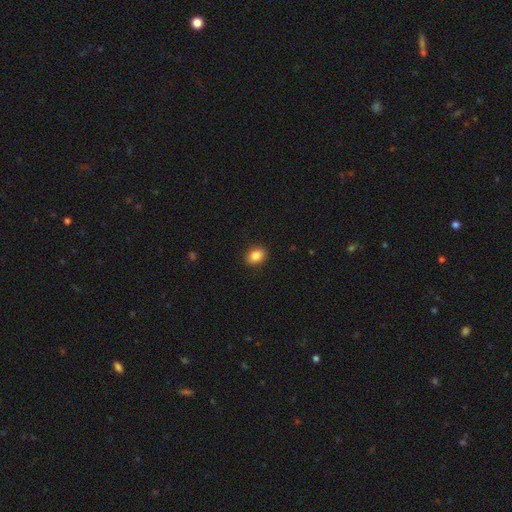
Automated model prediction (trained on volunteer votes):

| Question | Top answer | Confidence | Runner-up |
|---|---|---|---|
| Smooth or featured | smooth | 86% | star or artifact (9%) |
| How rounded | in between | 65% | round (34%) |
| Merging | none | 91% | minor disturbance (6%) |